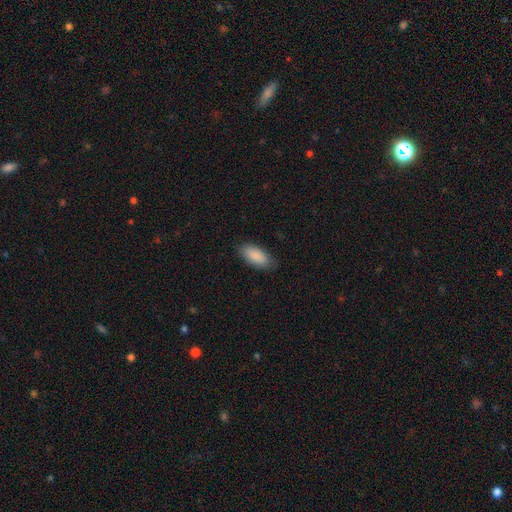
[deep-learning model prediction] Smooth or featured? smooth (90%)
How rounded? in between (90%)
Merging? none (83%)